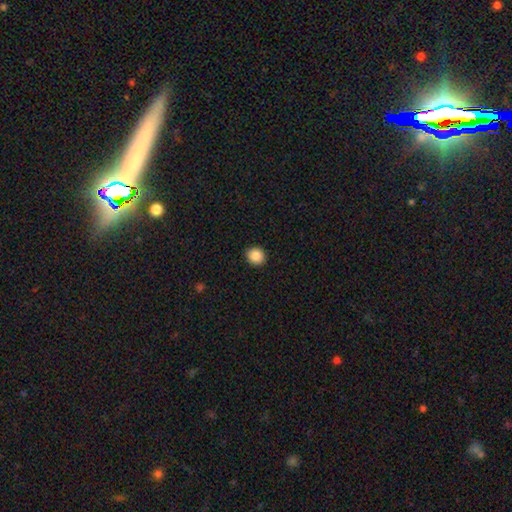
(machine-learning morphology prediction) smooth_or_featured: smooth (p=0.87) [alt: star or artifact p=0.09]
how_rounded: round (p=0.82) [alt: in between p=0.17]
merging: none (p=0.92) [alt: minor disturbance p=0.05]